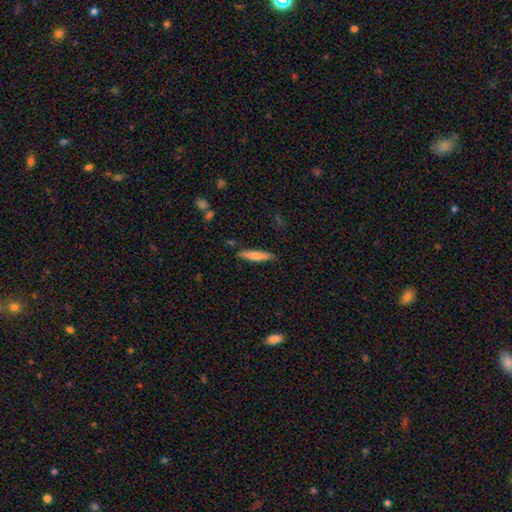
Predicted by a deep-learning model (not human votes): The model was most divided on "smooth or featured": smooth: 70%, featured or disk: 24%, star or artifact: 6%. More confident: how rounded — cigar-shaped (86%); merging — none (85%).